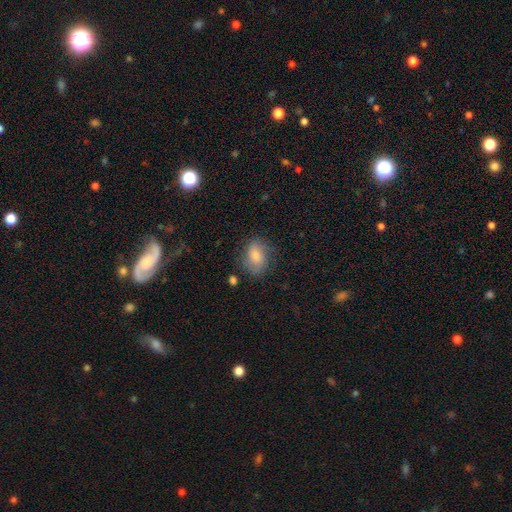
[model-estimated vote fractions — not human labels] A smooth galaxy with no disk features (76%) that is in between round and cigar-shaped (73%). Merging: none (70%).